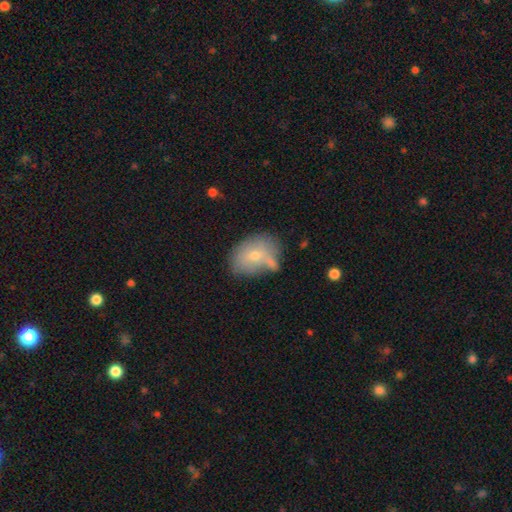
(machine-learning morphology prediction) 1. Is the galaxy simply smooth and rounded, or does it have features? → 65% smooth, 25% featured or disk, 10% star or artifact.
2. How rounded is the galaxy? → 67% in between, 32% round, 1% cigar-shaped.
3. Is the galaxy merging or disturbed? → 42% none, 25% minor disturbance, 22% merger, 11% major disturbance.